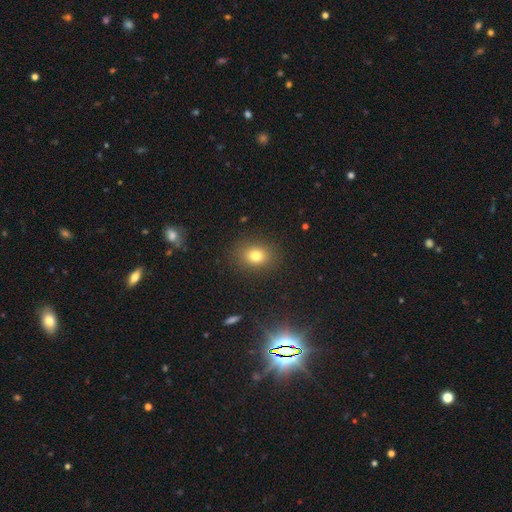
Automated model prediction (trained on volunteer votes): Q: Smooth or featured?
A: smooth (77%); runner-up: star or artifact (13%)
Q: How rounded?
A: round (54%); runner-up: in between (45%)
Q: Merging?
A: none (87%); runner-up: minor disturbance (9%)